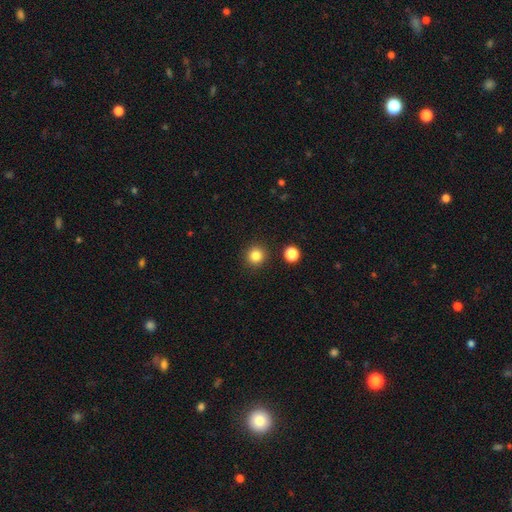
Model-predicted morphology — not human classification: A smooth galaxy with no disk features (83%) that is round (93%).

Vote fractions:
- Smooth or featured? smooth: 83% / star or artifact: 12% / featured or disk: 5%
- How rounded? round: 93% / in between: 6% / cigar-shaped: 1%
- Merging? none: 91% / minor disturbance: 5% / merger: 2% / major disturbance: 2%